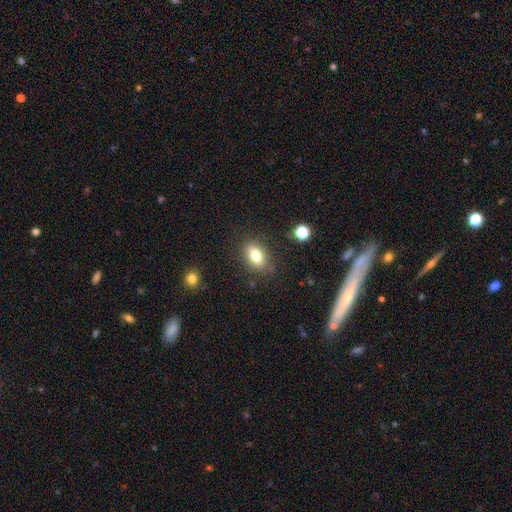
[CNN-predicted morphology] A smooth galaxy with no disk features (78%) that is in between round and cigar-shaped (82%).

Vote fractions:
- Smooth or featured? smooth: 78% / featured or disk: 12% / star or artifact: 10%
- How rounded? in between: 82% / round: 16% / cigar-shaped: 2%
- Merging? none: 81% / minor disturbance: 13% / major disturbance: 4% / merger: 2%